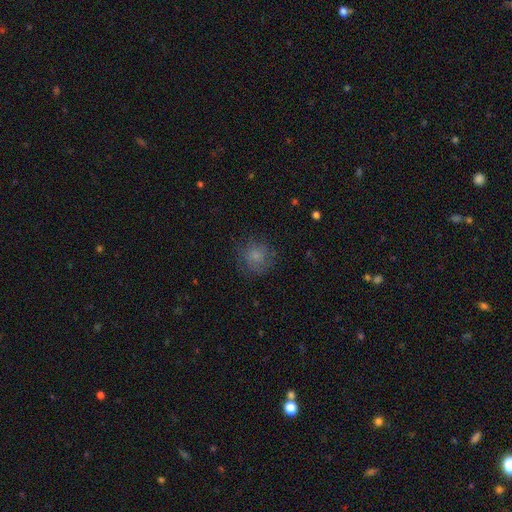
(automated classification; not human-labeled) smooth 75%, featured or disk 14%, star or artifact 11%. Down the decision tree: how rounded — round (90%); merging — none (76%).